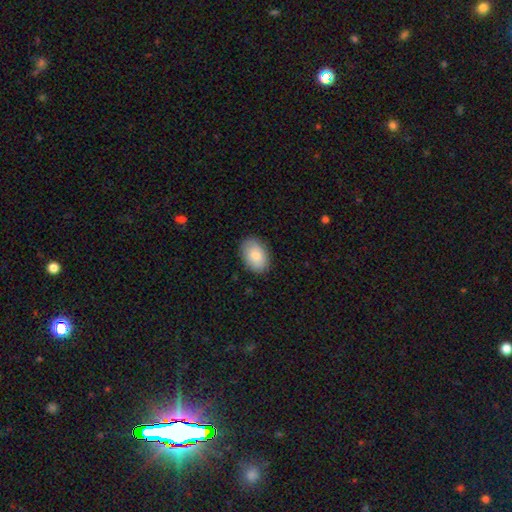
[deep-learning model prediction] This is clearly a smooth galaxy (85%). How rounded: clearly in between (87%). Merging: clearly none (87%).